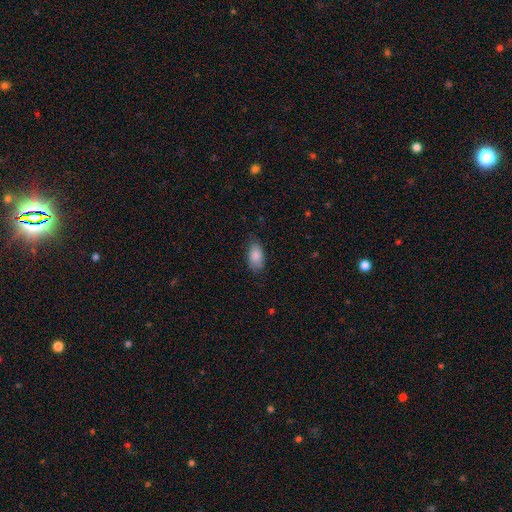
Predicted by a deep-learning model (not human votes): smooth_or_featured: smooth (p=0.86) [alt: featured or disk p=0.08]
how_rounded: in between (p=0.93) [alt: round p=0.04]
merging: none (p=0.78) [alt: minor disturbance p=0.18]